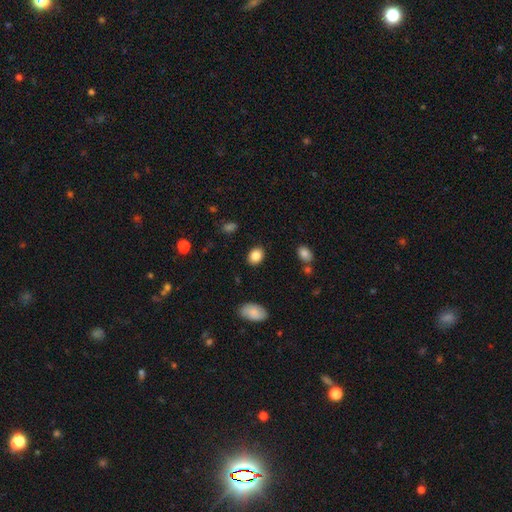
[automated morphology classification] Smooth or featured?
  - smooth: 85% *
  - star or artifact: 9%
  - featured or disk: 6%
How rounded?
  - in between: 66% *
  - round: 33%
  - cigar-shaped: 1%
Merging?
  - none: 88% *
  - minor disturbance: 9%
  - major disturbance: 2%
  - merger: 1%